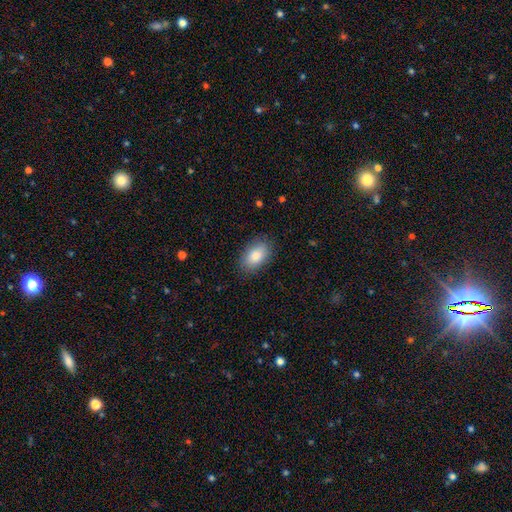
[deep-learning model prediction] Overall: smooth (85%). How rounded: in between (91%). Merging: none (86%).